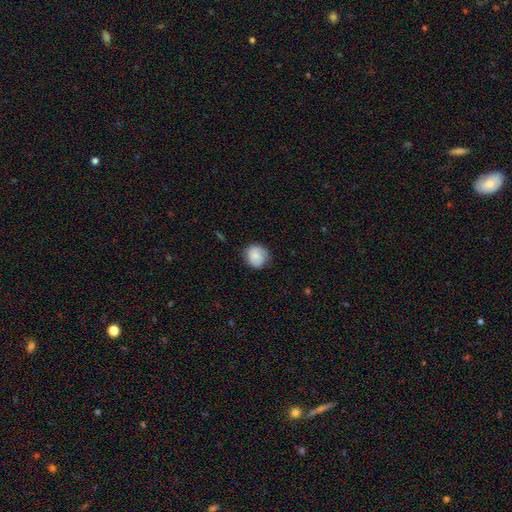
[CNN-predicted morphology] This appears to be a smooth galaxy with no disk features (83%) that is round (88%). Merging: none (80%).